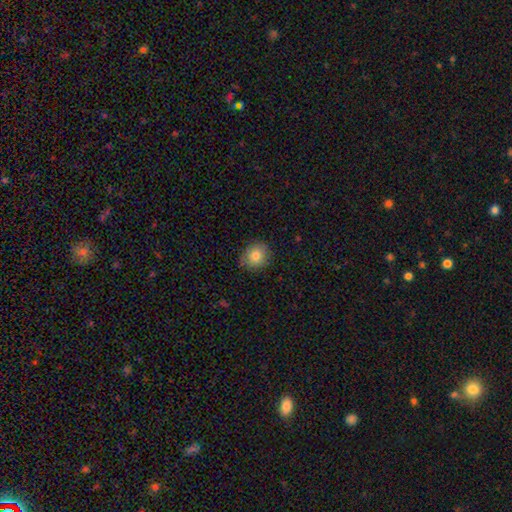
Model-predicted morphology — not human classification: This is clearly a smooth galaxy (80%). How rounded: likely round (78%). Merging: clearly none (82%).